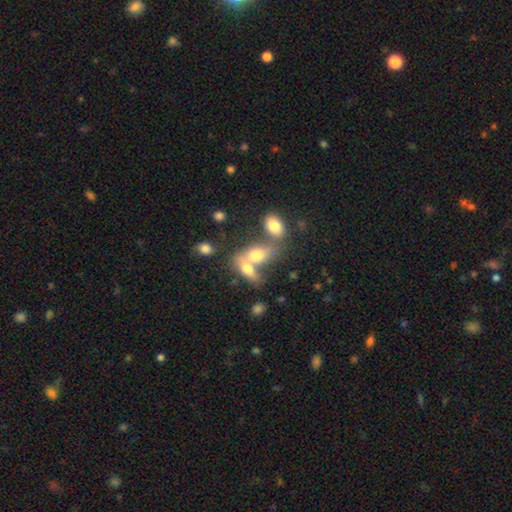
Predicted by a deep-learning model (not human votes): Smooth or featured?
  - smooth: 65% *
  - featured or disk: 25%
  - star or artifact: 10%
How rounded?
  - in between: 78% *
  - cigar-shaped: 11%
  - round: 11%
Merging?
  - merger: 63% *
  - none: 23%
  - minor disturbance: 8%
  - major disturbance: 6%